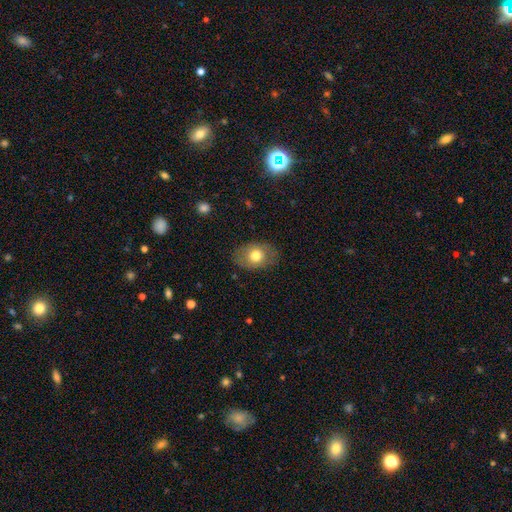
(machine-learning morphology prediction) Overall: smooth (70%). How rounded: in between (75%). Merging: none (82%).